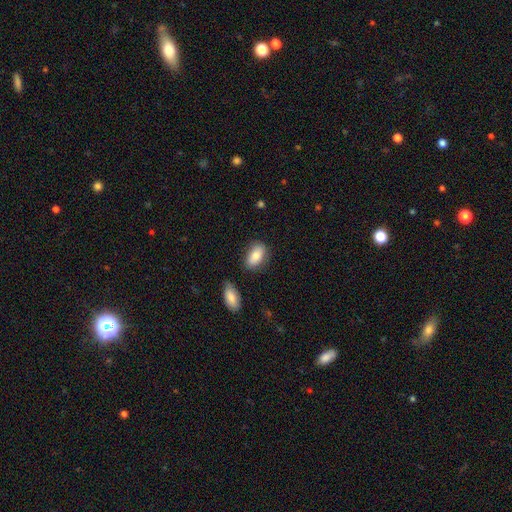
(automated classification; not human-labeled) A smooth galaxy with no disk features (82%) that is in between round and cigar-shaped (91%). Merging: none (73%).